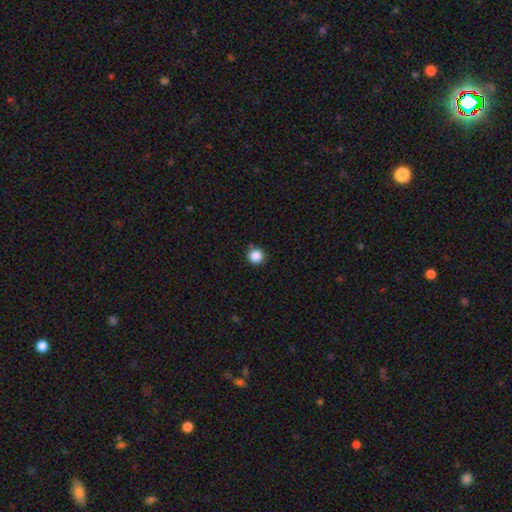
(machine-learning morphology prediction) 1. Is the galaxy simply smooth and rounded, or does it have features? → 87% smooth, 11% star or artifact, 3% featured or disk.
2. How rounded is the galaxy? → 96% round, 3% in between, 1% cigar-shaped.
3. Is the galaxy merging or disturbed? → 88% none, 7% minor disturbance, 3% merger, 2% major disturbance.